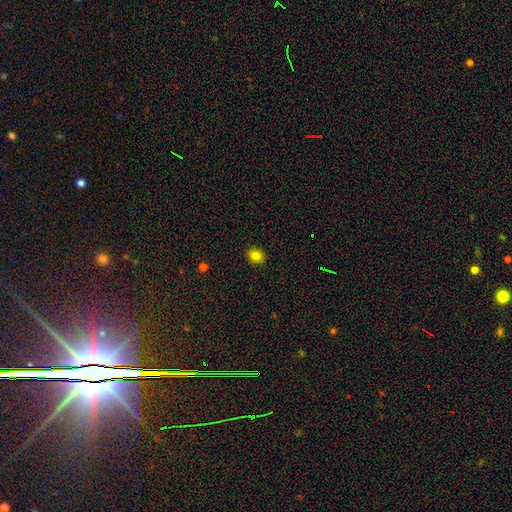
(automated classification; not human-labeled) smooth-or-featured: smooth: 82% | star or artifact: 12% | featured or disk: 6%
  how-rounded: round: 59% | in between: 40% | cigar-shaped: 1%
  merging: none: 90% | minor disturbance: 7% | major disturbance: 2% | merger: 1%